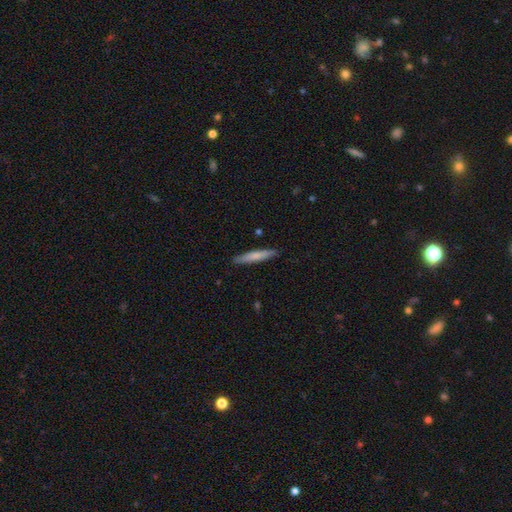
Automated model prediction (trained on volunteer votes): smooth_or_featured: smooth (p=0.69) [alt: featured or disk p=0.26]
how_rounded: cigar-shaped (p=0.94) [alt: in between p=0.05]
merging: none (p=0.89) [alt: minor disturbance p=0.08]